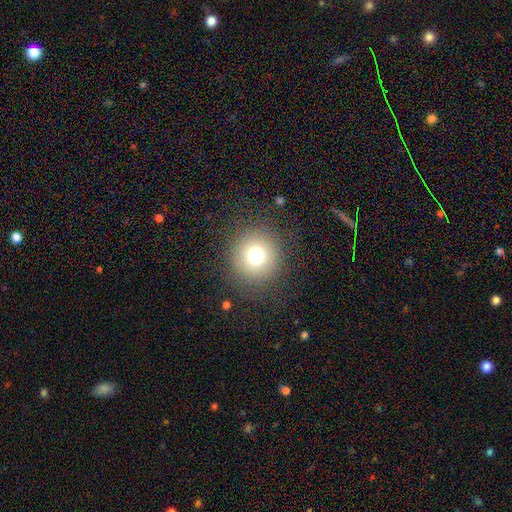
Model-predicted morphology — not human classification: smooth 74%, star or artifact 15%, featured or disk 11%. Down the decision tree: how rounded — round (95%); merging — none (86%).